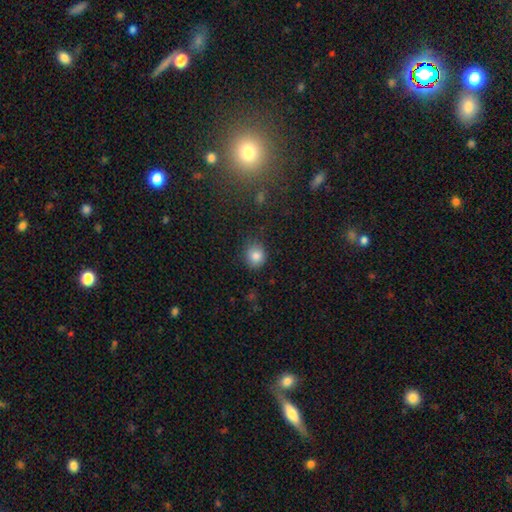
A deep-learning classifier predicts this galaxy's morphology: Overall: smooth (84%). How rounded: round (76%). Merging: none (78%).